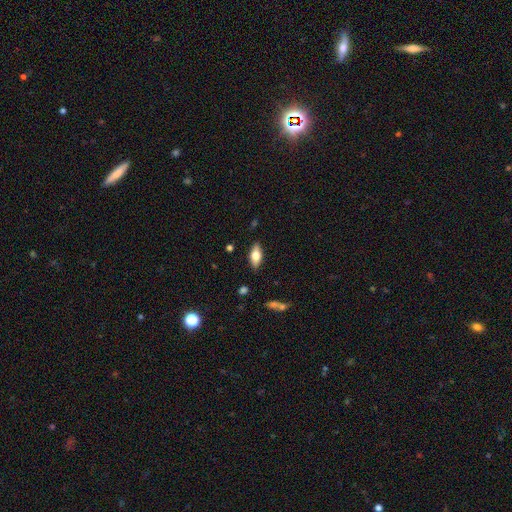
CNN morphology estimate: This is likely a smooth galaxy (64%). How rounded: clearly in between (81%). Merging: clearly none (85%).